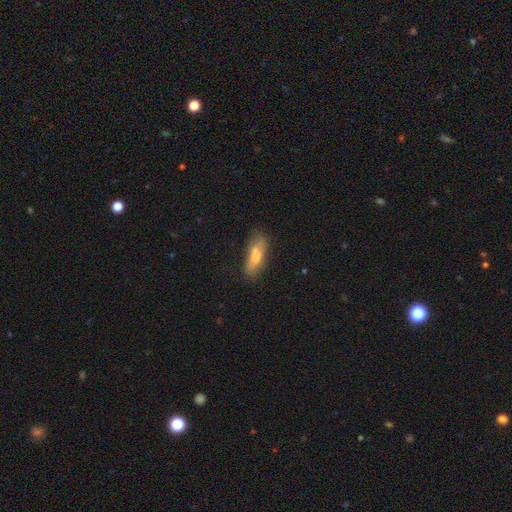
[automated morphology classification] Smooth or featured? smooth (69%)
How rounded? in between (54%)
Merging? none (55%)